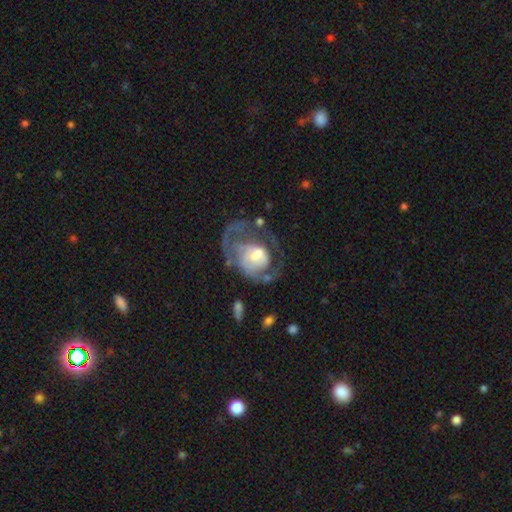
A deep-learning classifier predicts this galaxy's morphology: type=featured or disk (72%); edge-on=no (98%); bar=no (65%); spiral arms=yes (75%); winding=medium (40%); arm count=1 (37%); bulge=moderate (38%); merging=major disturbance (48%).